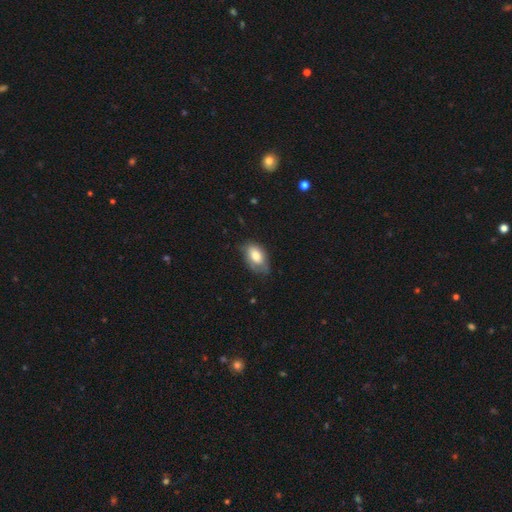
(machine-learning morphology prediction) Overall: smooth (73%). How rounded: in between (91%). Merging: none (57%; minor disturbance 33%).